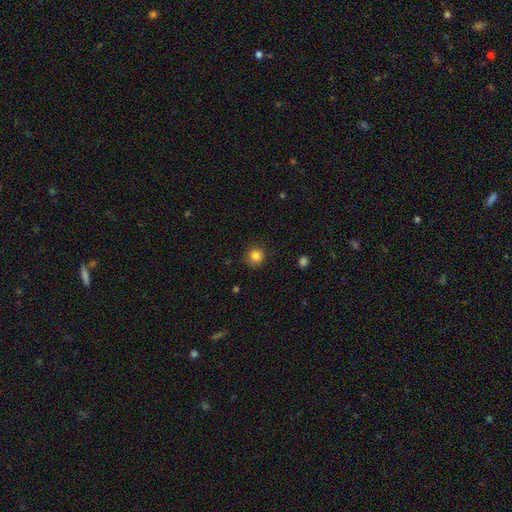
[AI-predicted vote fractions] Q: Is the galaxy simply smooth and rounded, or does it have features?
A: smooth — 84%.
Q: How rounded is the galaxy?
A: round — 91%.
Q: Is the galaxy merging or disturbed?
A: none — 86%.